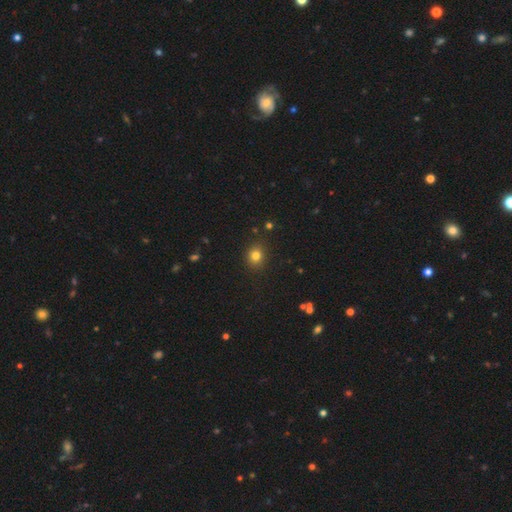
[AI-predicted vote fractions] This appears to be a smooth galaxy with no disk features (79%) that is round (74%). Merging: none (86%).